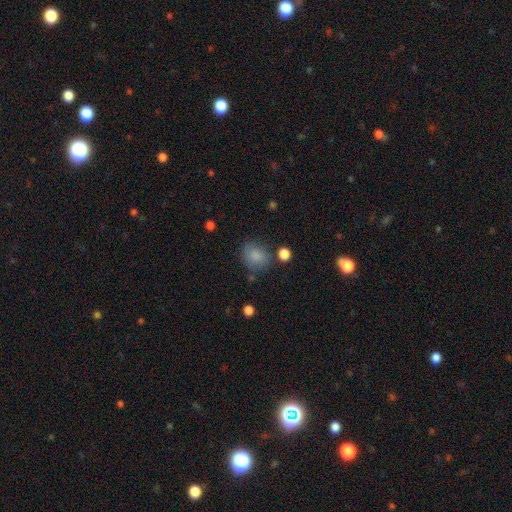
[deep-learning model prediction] smooth 84%, star or artifact 10%, featured or disk 6%. Down the decision tree: how rounded — round (60%); merging — none (70%).